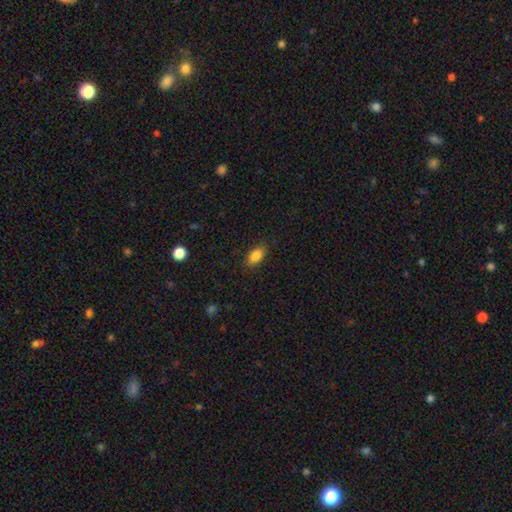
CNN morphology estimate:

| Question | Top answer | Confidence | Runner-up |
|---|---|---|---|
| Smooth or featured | smooth | 86% | star or artifact (8%) |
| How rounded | in between | 90% | round (6%) |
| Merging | none | 87% | minor disturbance (10%) |